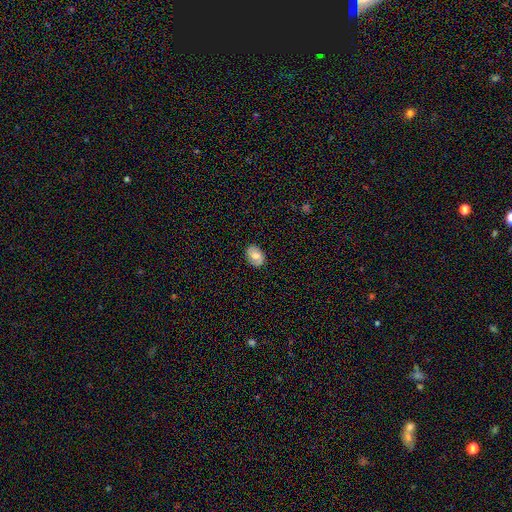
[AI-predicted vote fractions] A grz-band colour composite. It shows a smooth galaxy with no disk features (60%) that is in between round and cigar-shaped (77%). Merging: none (84%).